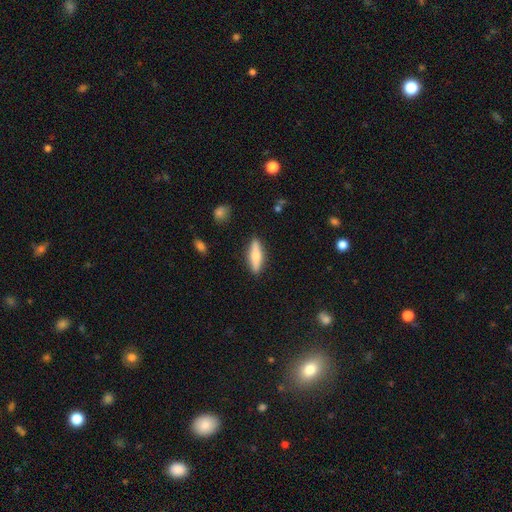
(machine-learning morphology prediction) Smooth or featured: smooth — 61% (featured or disk — 33%)
How rounded: cigar-shaped — 62% (in between — 36%)
Merging: none — 87% (minor disturbance — 9%)